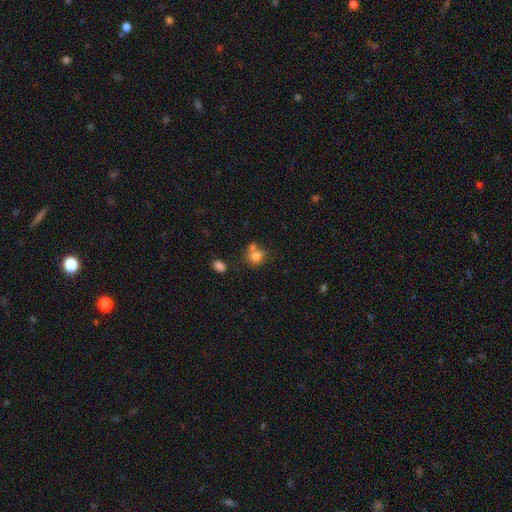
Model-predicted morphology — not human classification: type=smooth (79%); roundness=round (72%); merging=none (47%).